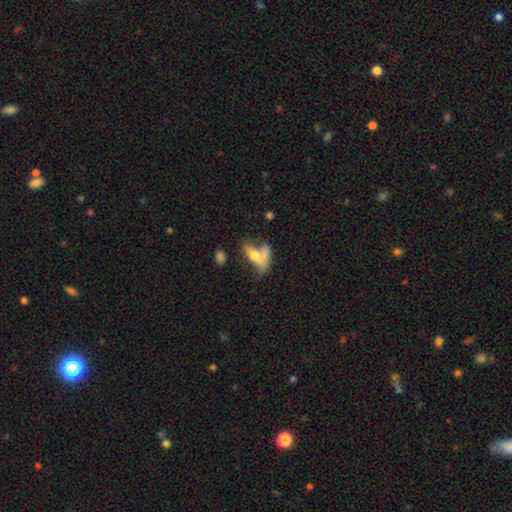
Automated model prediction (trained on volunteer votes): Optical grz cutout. It shows a smooth galaxy with no disk features (59%) that is in between round and cigar-shaped (63%). Merging: merger (41%).